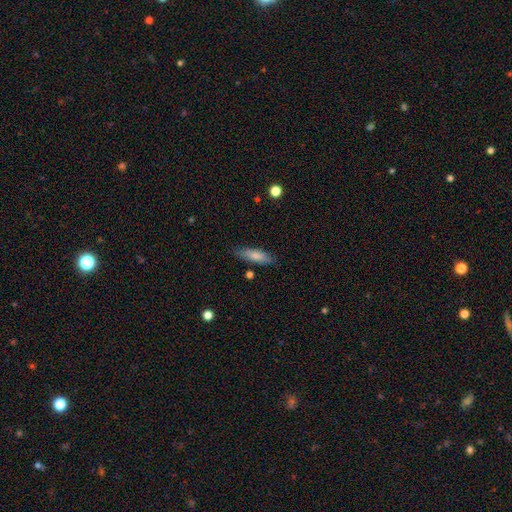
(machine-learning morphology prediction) smooth 78%, featured or disk 16%, star or artifact 6%. Down the decision tree: how rounded — cigar-shaped (57%); merging — none (82%).